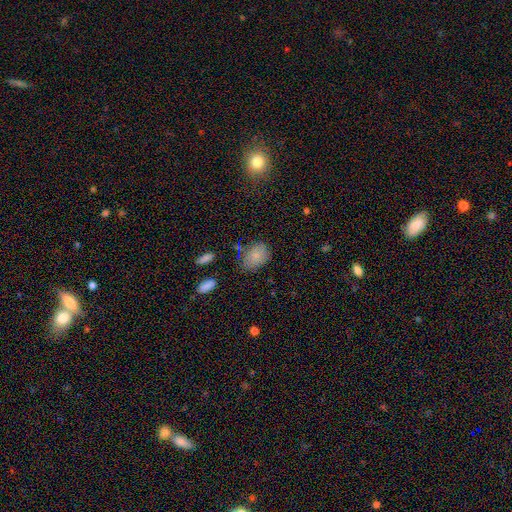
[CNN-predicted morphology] Smooth or featured? smooth (81%)
How rounded? in between (76%)
Merging? none (70%)